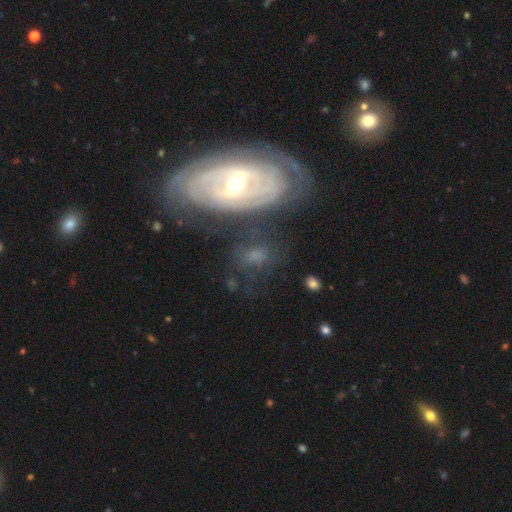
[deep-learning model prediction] Q: Smooth or featured?
A: featured or disk (69%); runner-up: smooth (22%)
Q: Edge-on disk?
A: no (89%); runner-up: yes (11%)
Q: Bar?
A: weak (36%); runner-up: strong (33%)
Q: Spiral arms?
A: yes (73%); runner-up: no (27%)
Q: Bulge size?
A: moderate (67%); runner-up: small (23%)
Q: Merging?
A: none (66%); runner-up: minor disturbance (19%)